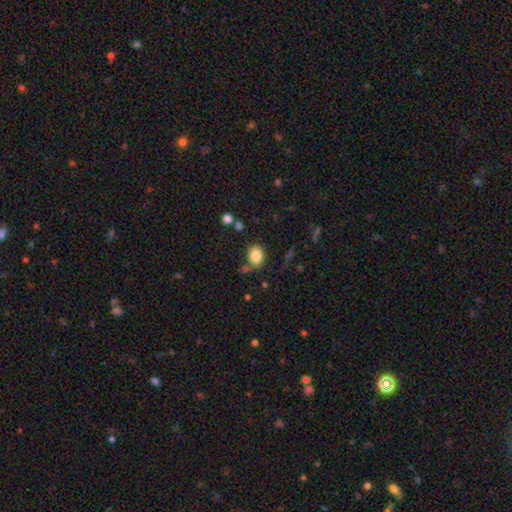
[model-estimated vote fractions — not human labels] A smooth galaxy with no disk features (83%) that is round (57%).

Vote fractions:
- Smooth or featured? smooth: 83% / star or artifact: 10% / featured or disk: 7%
- How rounded? round: 57% / in between: 42% / cigar-shaped: 1%
- Merging? none: 72% / minor disturbance: 15% / merger: 8% / major disturbance: 5%